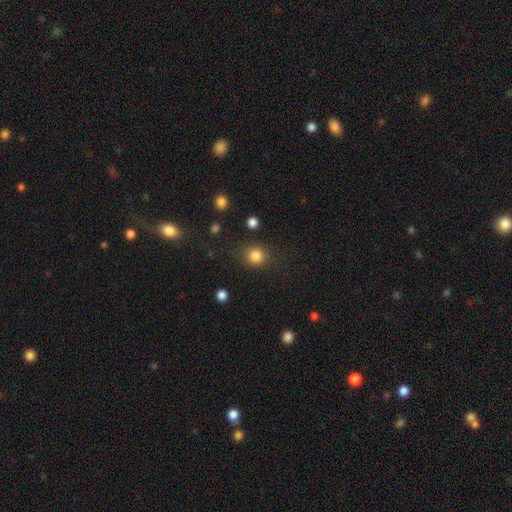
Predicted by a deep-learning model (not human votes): Smooth or featured? Predicted: smooth (p=0.83). How rounded? Predicted: round (p=0.85). Merging? Predicted: none (p=0.81).